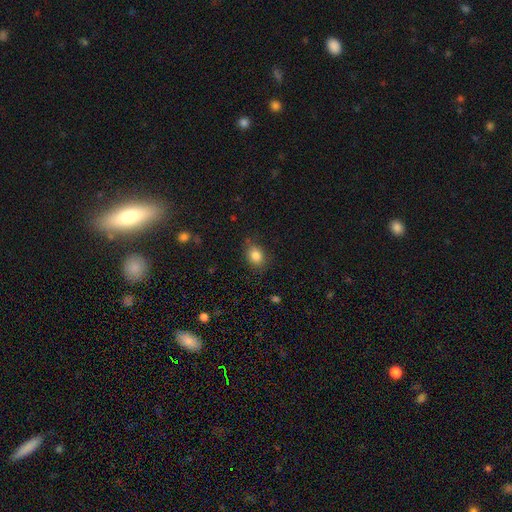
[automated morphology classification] Smooth or featured? smooth (84%)
How rounded? in between (56%)
Merging? none (80%)